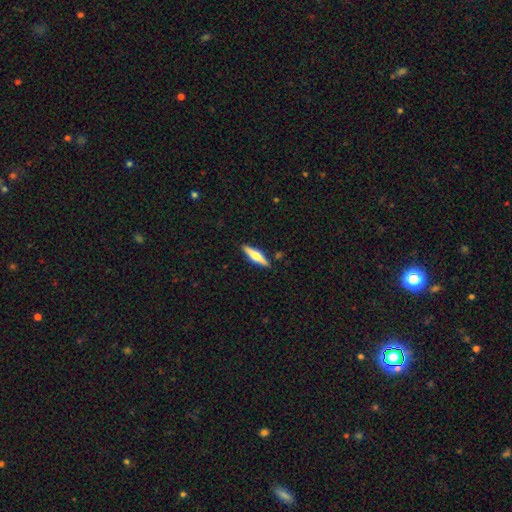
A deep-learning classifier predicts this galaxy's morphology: smooth-or-featured: featured or disk: 52% | smooth: 42% | star or artifact: 6%
  disk-edge-on: yes: 96% | no: 4%
    edge-on-bulge: rounded: 87% | boxy: 9% | none: 4%
  merging: none: 88% | minor disturbance: 8% | major disturbance: 2% | merger: 2%